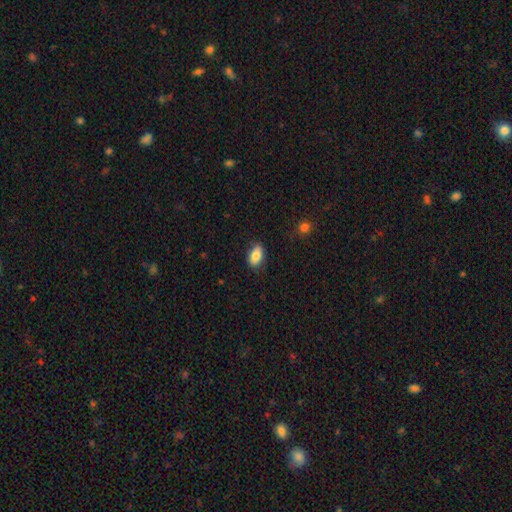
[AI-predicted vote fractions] Smooth or featured: smooth — 82% (featured or disk — 10%)
How rounded: in between — 90% (round — 8%)
Merging: none — 83% (minor disturbance — 13%)